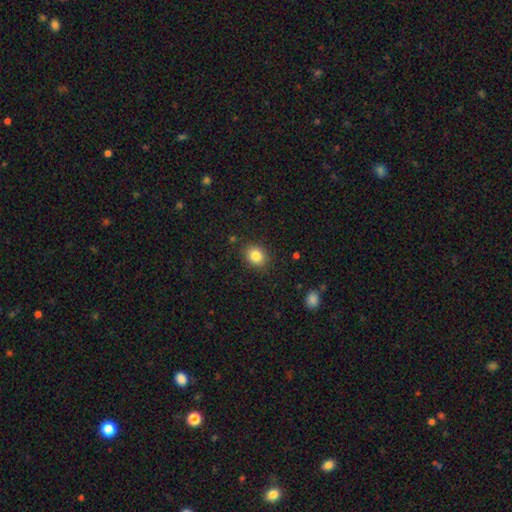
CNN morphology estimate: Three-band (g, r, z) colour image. It shows a smooth galaxy with no disk features (84%) that is round (61%). Merging: none (88%).